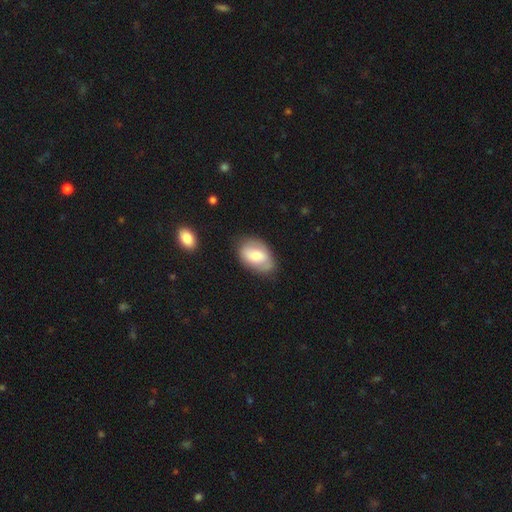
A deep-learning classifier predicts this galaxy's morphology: This appears to be a smooth galaxy with no disk features (62%) that is in between round and cigar-shaped (87%). Merging: none (71%).